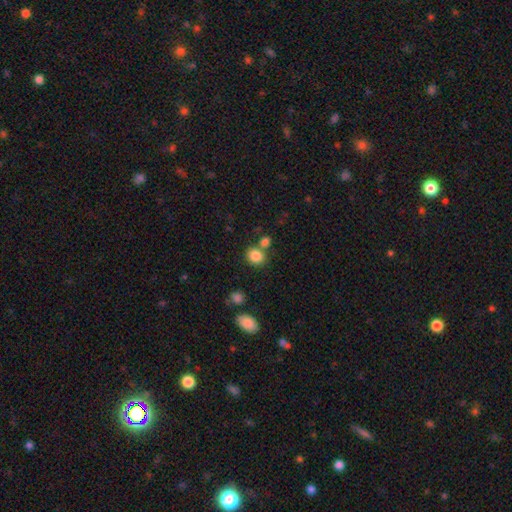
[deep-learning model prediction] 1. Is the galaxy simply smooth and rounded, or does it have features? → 85% smooth, 10% star or artifact, 5% featured or disk.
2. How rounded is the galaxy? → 63% round, 36% in between, 1% cigar-shaped.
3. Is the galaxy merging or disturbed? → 64% none, 22% merger, 10% minor disturbance, 4% major disturbance.